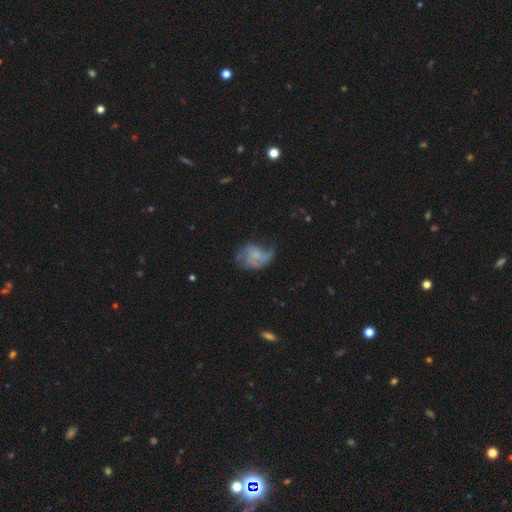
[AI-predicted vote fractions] A featured or disk galaxy (51%). Merging: major disturbance (36%).